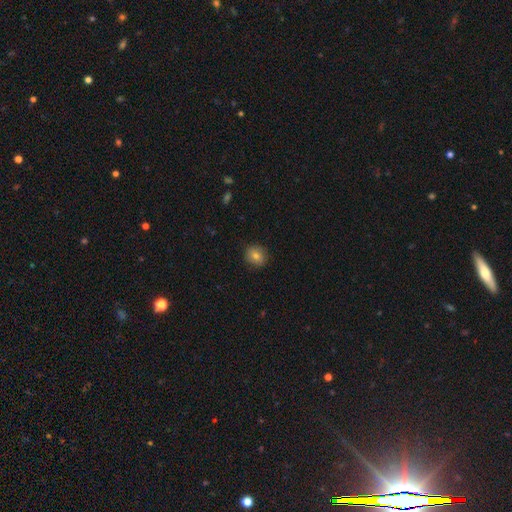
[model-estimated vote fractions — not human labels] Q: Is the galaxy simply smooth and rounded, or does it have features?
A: smooth — 78%.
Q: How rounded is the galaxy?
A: round — 86%.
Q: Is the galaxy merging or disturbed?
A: none — 88%.